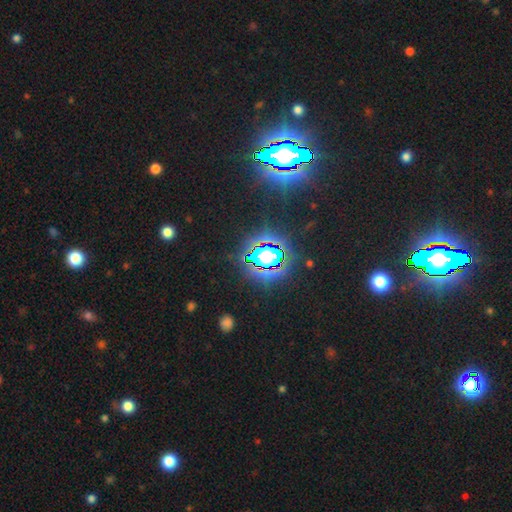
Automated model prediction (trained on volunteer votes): This appears to be a star or artifact, not a galaxy (84%).